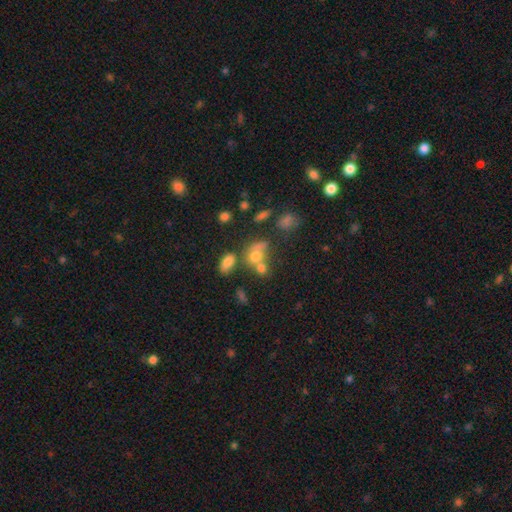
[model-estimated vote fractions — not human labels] Q: Smooth or featured?
A: smooth (65%); runner-up: featured or disk (18%)
Q: How rounded?
A: in between (50%); runner-up: round (48%)
Q: Merging?
A: merger (46%); runner-up: none (31%)